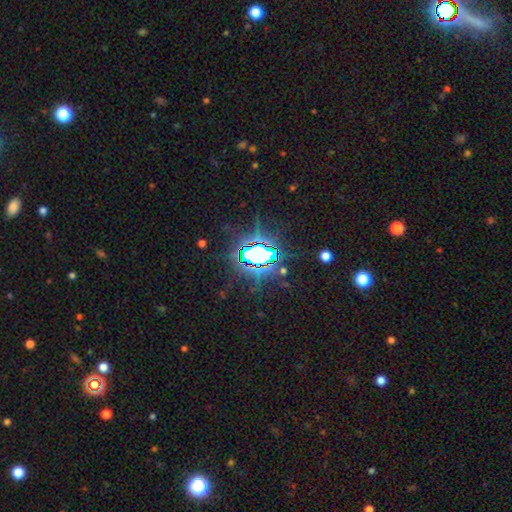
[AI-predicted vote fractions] The model was most divided on "smooth or featured": star or artifact: 77%, smooth: 13%, featured or disk: 10%.